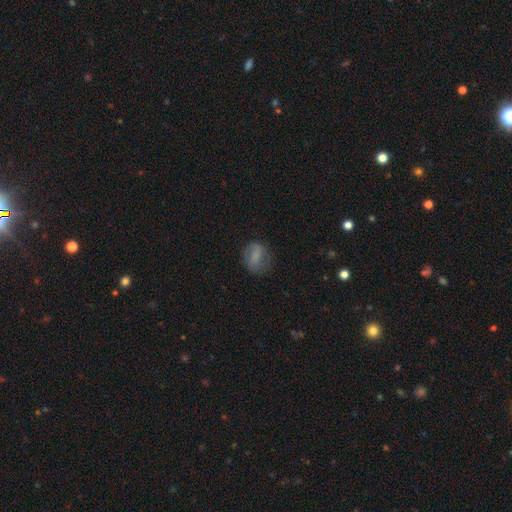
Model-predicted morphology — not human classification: Smooth or featured?
  - smooth: 63% *
  - featured or disk: 27%
  - star or artifact: 10%
How rounded?
  - in between: 58% *
  - round: 39%
  - cigar-shaped: 3%
Merging?
  - none: 61% *
  - minor disturbance: 24%
  - major disturbance: 13%
  - merger: 2%